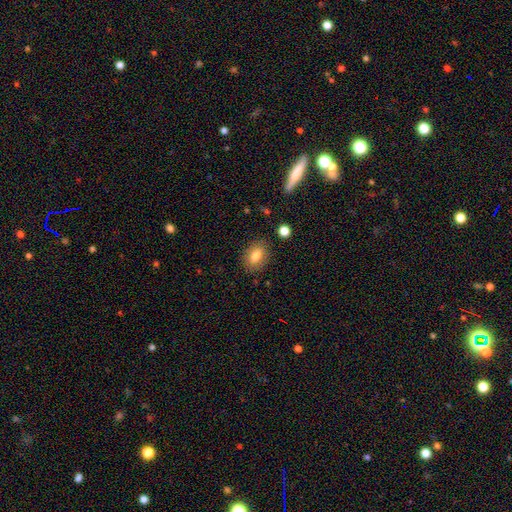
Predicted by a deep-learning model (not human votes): This appears to be a smooth galaxy with no disk features (81%) that is in between round and cigar-shaped (78%). Merging: none (85%).